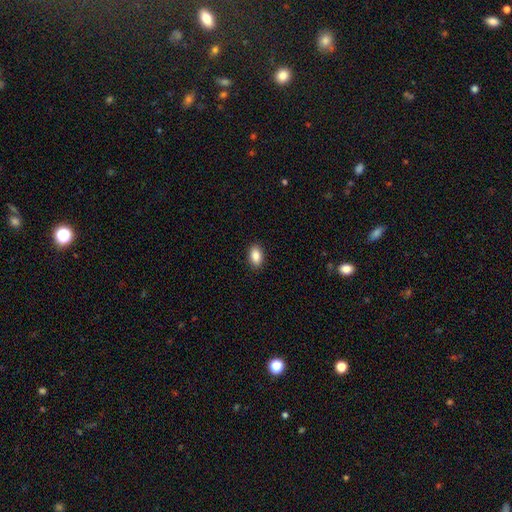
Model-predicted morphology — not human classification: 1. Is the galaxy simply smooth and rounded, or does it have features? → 88% smooth, 8% star or artifact, 5% featured or disk.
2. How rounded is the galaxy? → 91% in between, 7% round, 2% cigar-shaped.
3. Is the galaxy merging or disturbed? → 90% none, 7% minor disturbance, 2% major disturbance, 1% merger.